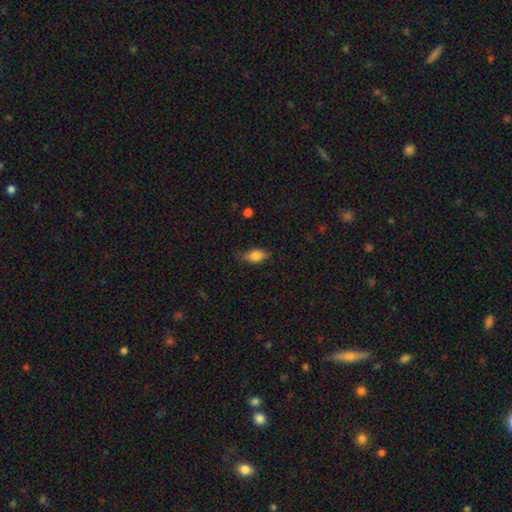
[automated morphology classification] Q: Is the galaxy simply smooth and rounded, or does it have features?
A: smooth — 73%.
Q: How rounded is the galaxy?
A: in between — 83%.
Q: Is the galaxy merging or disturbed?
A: none — 63%.